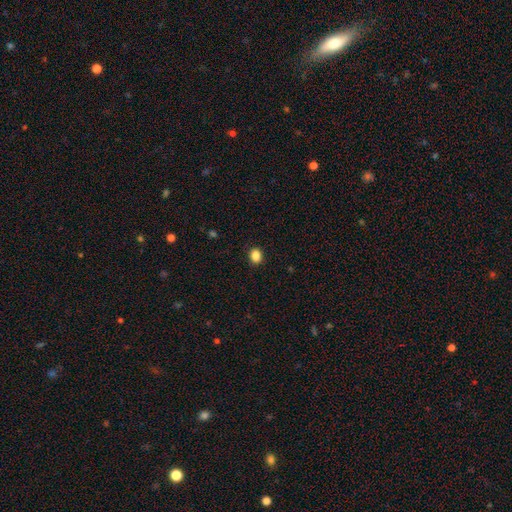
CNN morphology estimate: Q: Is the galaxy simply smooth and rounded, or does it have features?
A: smooth — 87%.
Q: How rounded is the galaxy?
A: in between — 51%.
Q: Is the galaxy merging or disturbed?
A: none — 89%.